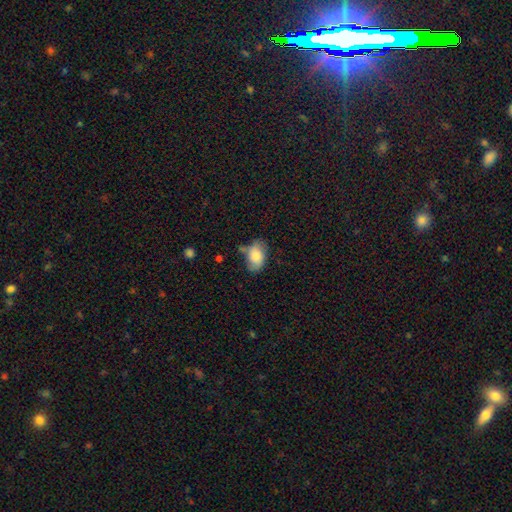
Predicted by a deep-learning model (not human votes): A smooth galaxy with no disk features (75%) that is in between round and cigar-shaped (89%).

Vote fractions:
- Smooth or featured? smooth: 75% / featured or disk: 17% / star or artifact: 8%
- How rounded? in between: 89% / round: 9% / cigar-shaped: 2%
- Merging? none: 52% / minor disturbance: 31% / major disturbance: 10% / merger: 8%